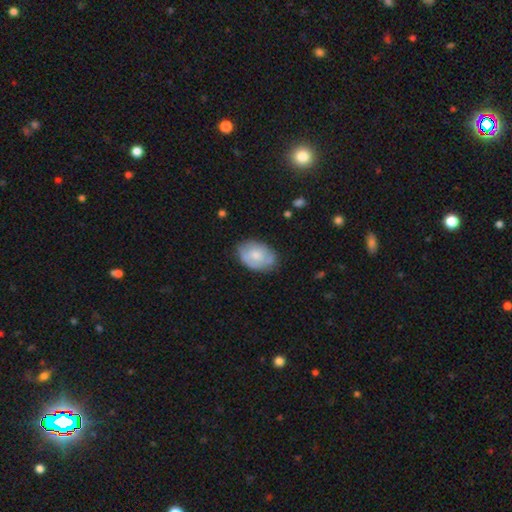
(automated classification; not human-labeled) Smooth or featured? smooth (58%)
How rounded? in between (81%)
Merging? none (64%)